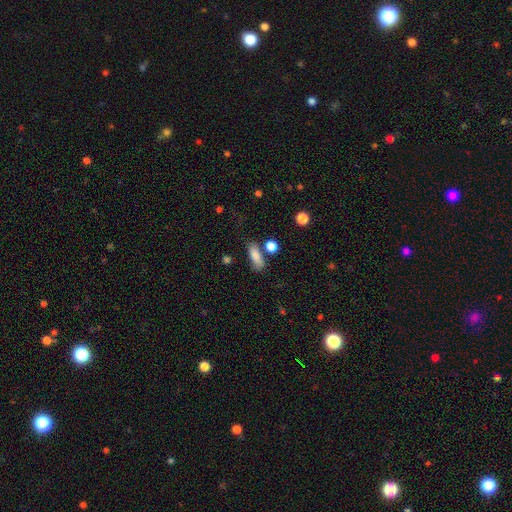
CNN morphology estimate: Q: Smooth or featured?
A: smooth (83%); runner-up: featured or disk (8%)
Q: How rounded?
A: in between (66%); runner-up: cigar-shaped (28%)
Q: Merging?
A: none (67%); runner-up: minor disturbance (17%)